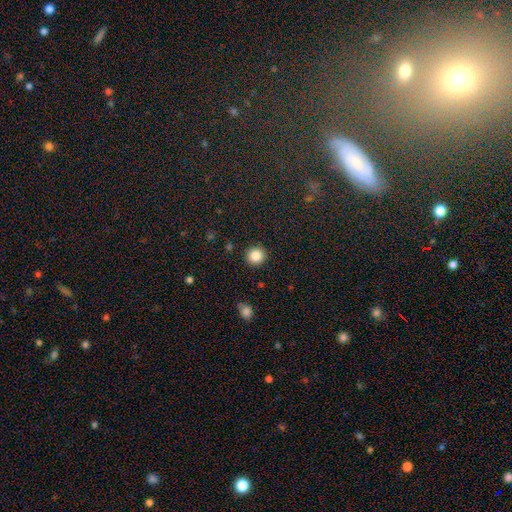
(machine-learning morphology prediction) smooth 86%, star or artifact 10%, featured or disk 4%. Down the decision tree: how rounded — round (93%); merging — none (92%).